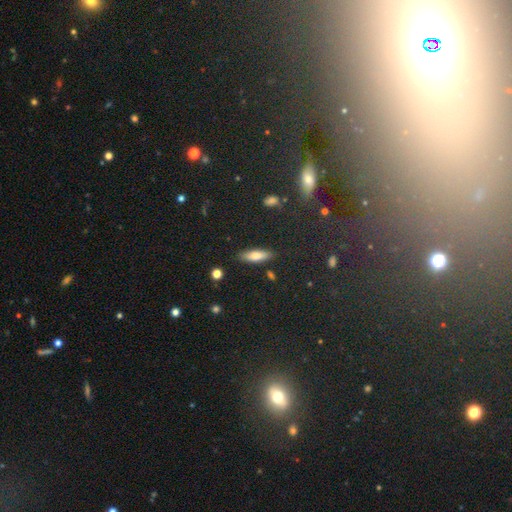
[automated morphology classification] Overall: smooth (71%). How rounded: cigar-shaped (49%; in between 48%). Merging: none (86%).